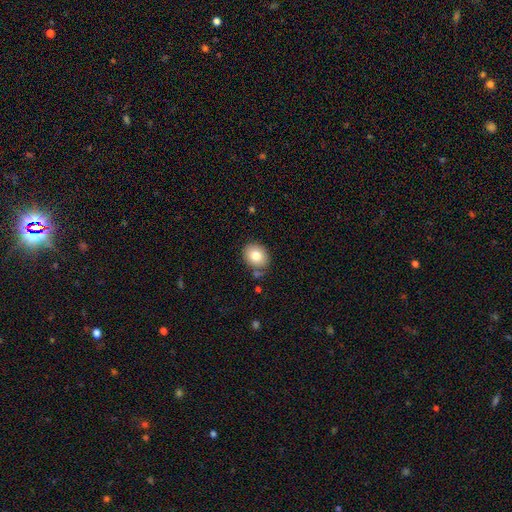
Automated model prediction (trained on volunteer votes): smooth_or_featured: smooth (p=0.80) [alt: featured or disk p=0.11]
how_rounded: round (p=0.53) [alt: in between p=0.47]
merging: none (p=0.79) [alt: minor disturbance p=0.13]